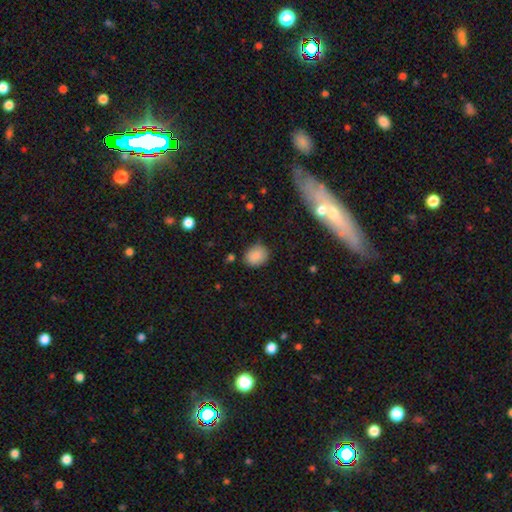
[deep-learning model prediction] A smooth galaxy with no disk features (86%) that is round (56%). Merging: none (80%).